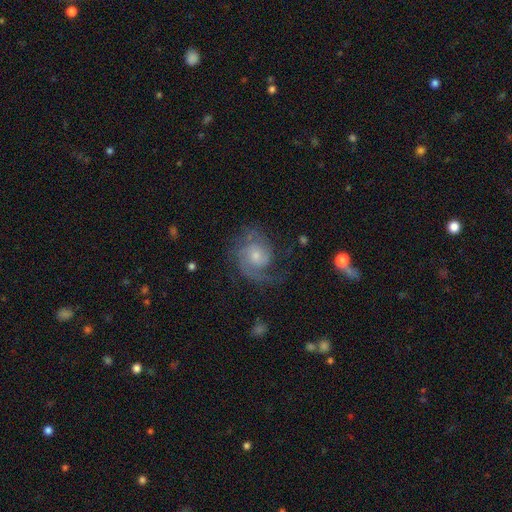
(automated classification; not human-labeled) Q: Smooth or featured?
A: featured or disk (82%); runner-up: smooth (10%)
Q: Edge-on disk?
A: no (98%); runner-up: yes (2%)
Q: Bar?
A: no (67%); runner-up: weak (28%)
Q: Spiral arms?
A: yes (96%); runner-up: no (4%)
Q: Spiral winding?
A: medium (46%); runner-up: tight (38%)
Q: Spiral arm count?
A: 2 (58%); runner-up: can't tell (15%)
Q: Bulge size?
A: small (54%); runner-up: moderate (38%)
Q: Merging?
A: none (68%); runner-up: minor disturbance (17%)